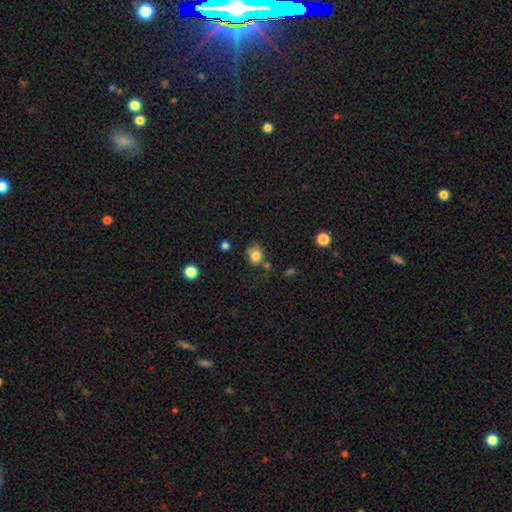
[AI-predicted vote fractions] A smooth galaxy with no disk features (78%) that is round (56%).

Vote fractions:
- Smooth or featured? smooth: 78% / star or artifact: 11% / featured or disk: 11%
- How rounded? round: 56% / in between: 43% / cigar-shaped: 1%
- Merging? none: 47% / minor disturbance: 27% / major disturbance: 14% / merger: 13%